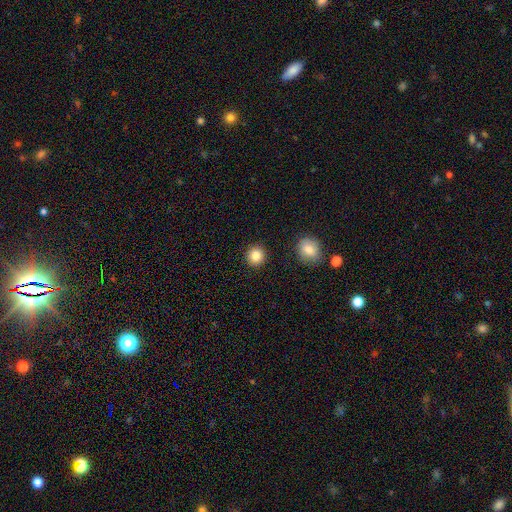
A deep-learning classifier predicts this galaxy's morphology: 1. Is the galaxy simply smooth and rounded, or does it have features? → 86% smooth, 10% star or artifact, 4% featured or disk.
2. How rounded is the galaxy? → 92% round, 7% in between, 1% cigar-shaped.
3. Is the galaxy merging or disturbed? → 91% none, 5% minor disturbance, 2% merger, 2% major disturbance.